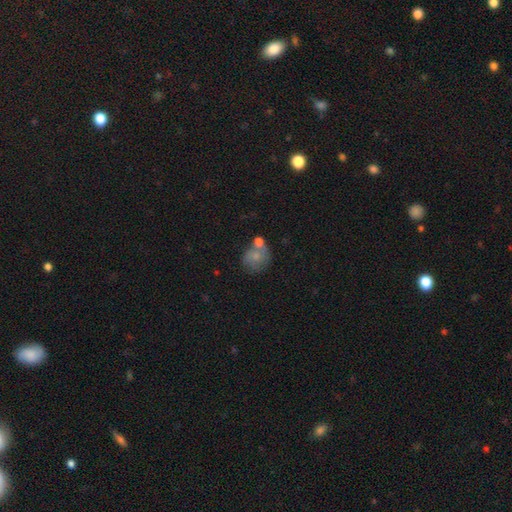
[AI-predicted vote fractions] smooth_or_featured: smooth (p=0.67) [alt: featured or disk p=0.25]
how_rounded: round (p=0.74) [alt: in between p=0.25]
merging: none (p=0.40) [alt: merger p=0.31]